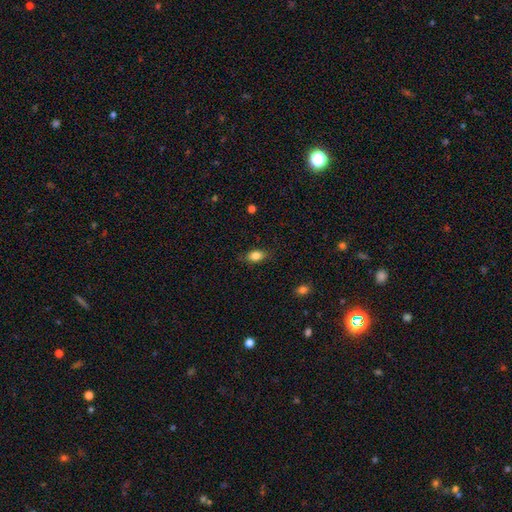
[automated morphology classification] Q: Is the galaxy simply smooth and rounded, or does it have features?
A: smooth — 84%.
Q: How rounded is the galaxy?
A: in between — 81%.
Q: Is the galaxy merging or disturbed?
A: none — 80%.